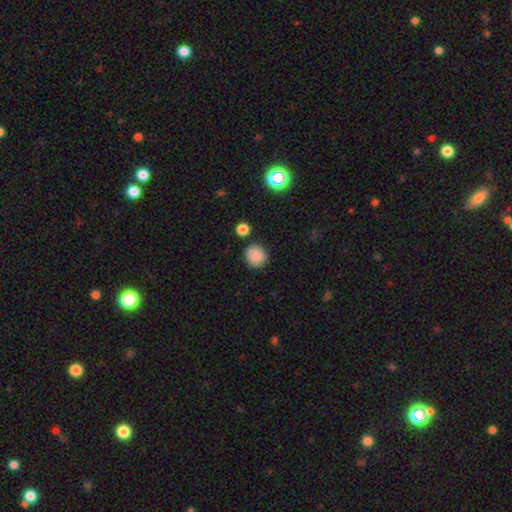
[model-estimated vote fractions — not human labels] This is clearly a smooth galaxy (84%). How rounded: clearly round (89%). Merging: clearly none (83%).